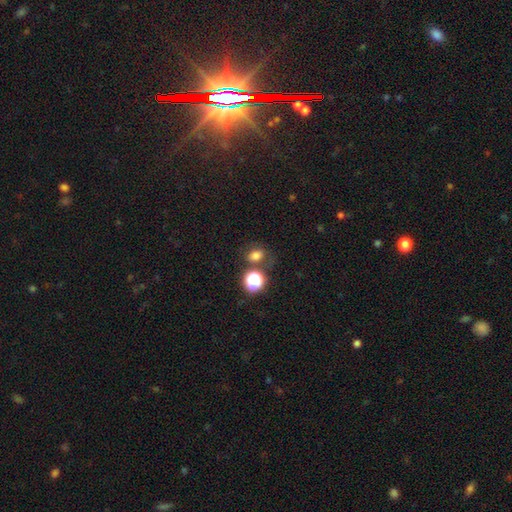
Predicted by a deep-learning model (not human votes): This appears to be a smooth galaxy with no disk features (73%) that is in between round and cigar-shaped (55%). Merging: none (64%).